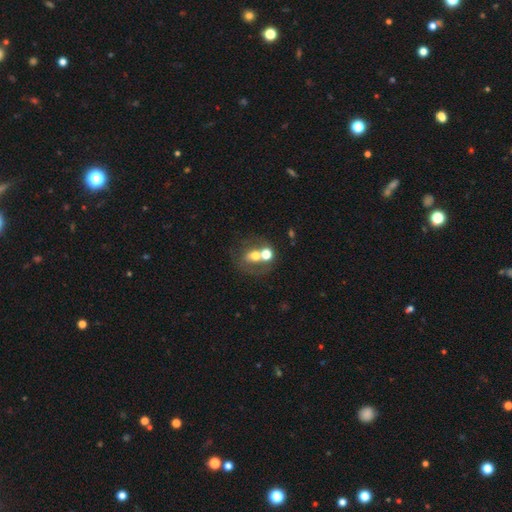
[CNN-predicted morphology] This is possibly a smooth galaxy (52%). How rounded: possibly round (59%). Merging: marginally merger (44%).